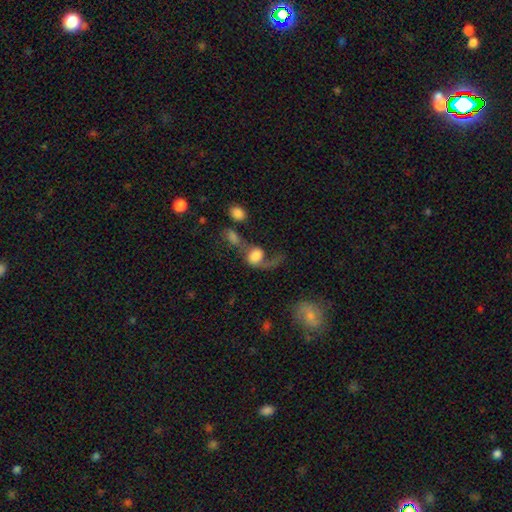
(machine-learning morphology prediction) smooth 46%, featured or disk 44%, star or artifact 10%. Down the decision tree: merging — major disturbance (38%).